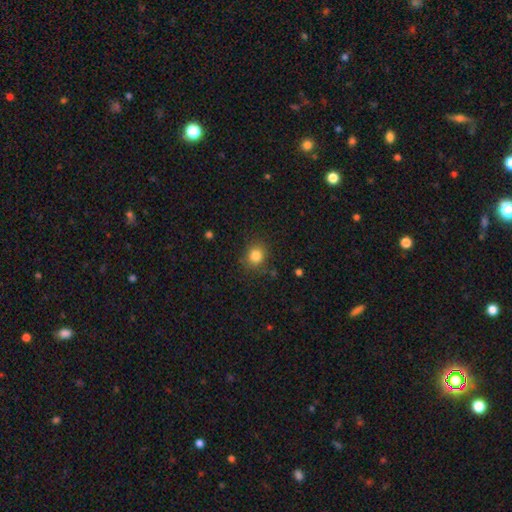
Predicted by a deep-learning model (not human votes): Q: Smooth or featured?
A: smooth (82%); runner-up: star or artifact (12%)
Q: How rounded?
A: round (78%); runner-up: in between (21%)
Q: Merging?
A: none (82%); runner-up: minor disturbance (12%)